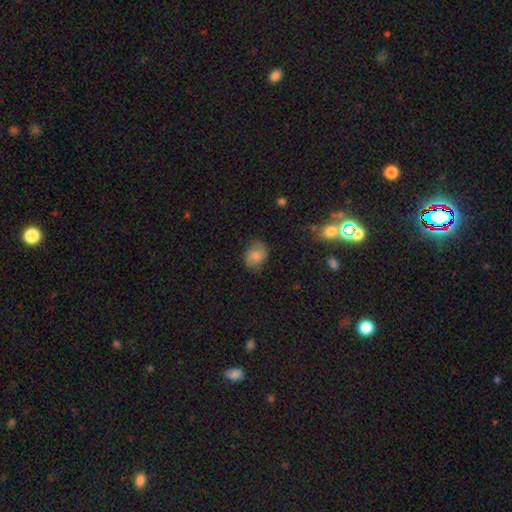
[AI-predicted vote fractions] Morphology: type=smooth (46%); merging=none (73%).